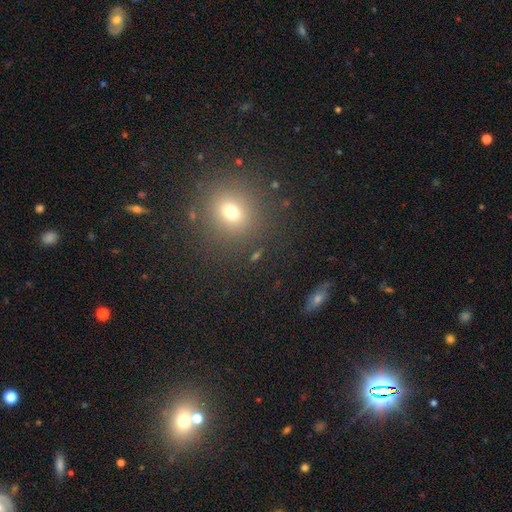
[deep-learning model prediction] Smooth or featured?
  - smooth: 58% *
  - star or artifact: 31%
  - featured or disk: 12%
How rounded?
  - round: 76% *
  - in between: 21%
  - cigar-shaped: 3%
Merging?
  - none: 84% *
  - minor disturbance: 8%
  - major disturbance: 4%
  - merger: 4%